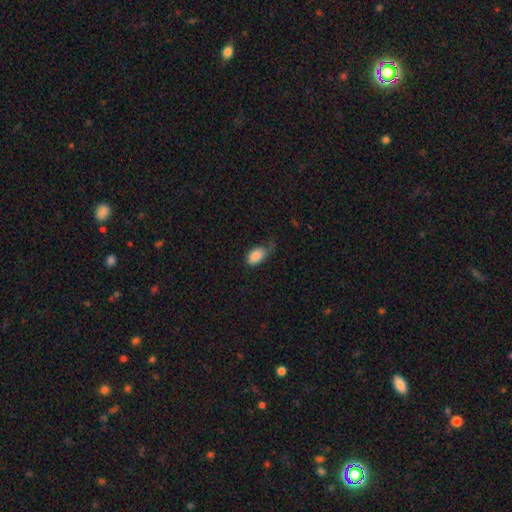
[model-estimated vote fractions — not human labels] Q: Smooth or featured?
A: smooth (86%); runner-up: star or artifact (7%)
Q: How rounded?
A: in between (92%); runner-up: round (6%)
Q: Merging?
A: none (48%); runner-up: minor disturbance (34%)